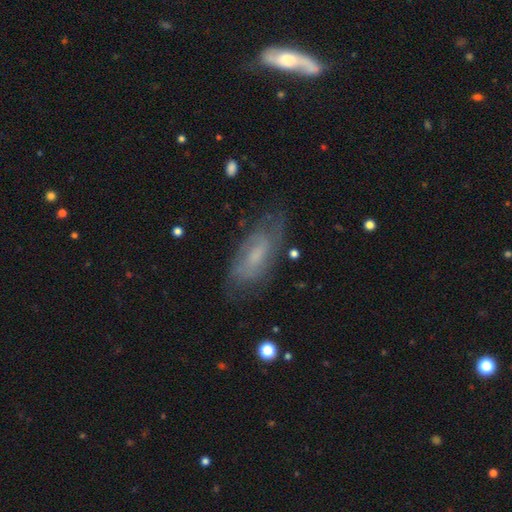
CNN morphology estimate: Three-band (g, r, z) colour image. It shows a featured or disk galaxy (55%). Merging: none (68%).